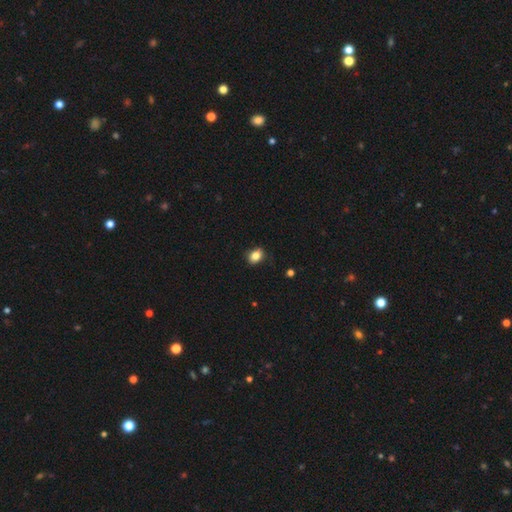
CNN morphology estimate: Smooth or featured? Predicted: smooth (p=0.84). How rounded? Predicted: in between (p=0.60). Merging? Predicted: none (p=0.85).